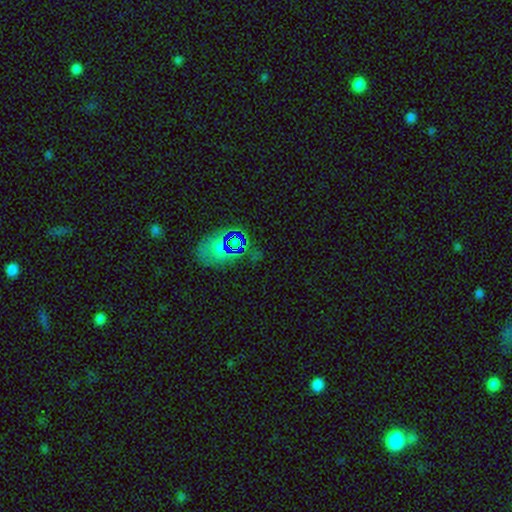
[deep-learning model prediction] smooth_or_featured: star or artifact (p=0.54) [alt: smooth p=0.32]